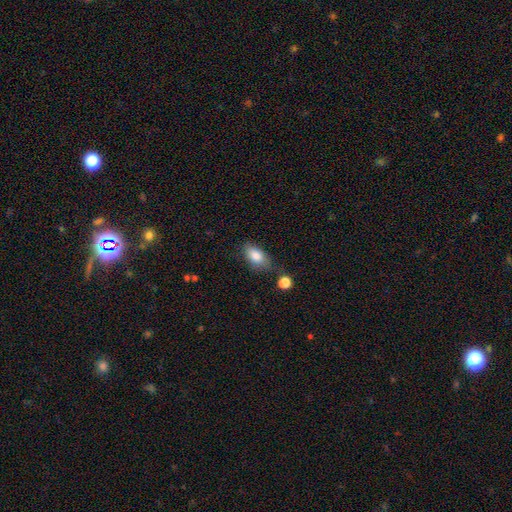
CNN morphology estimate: type=smooth (83%); roundness=in between (89%); merging=none (63%).